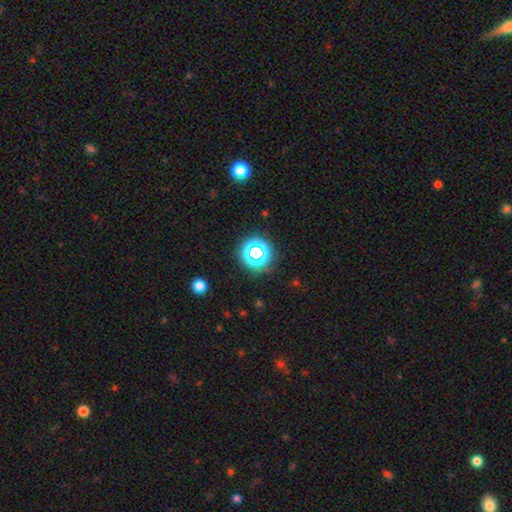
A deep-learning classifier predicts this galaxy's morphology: A star or artifact, not a galaxy (60%).